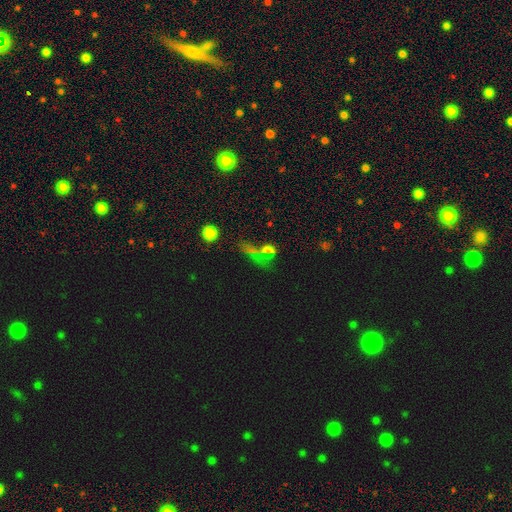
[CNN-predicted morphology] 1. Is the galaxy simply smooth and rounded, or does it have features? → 55% star or artifact, 32% smooth, 13% featured or disk.